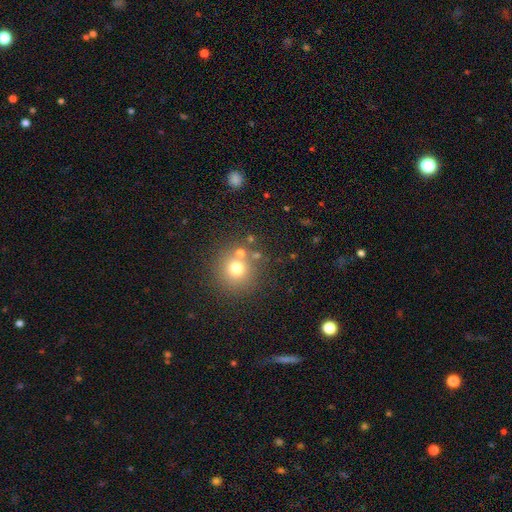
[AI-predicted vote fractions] Smooth or featured? smooth (68%)
How rounded? round (91%)
Merging? none (73%)